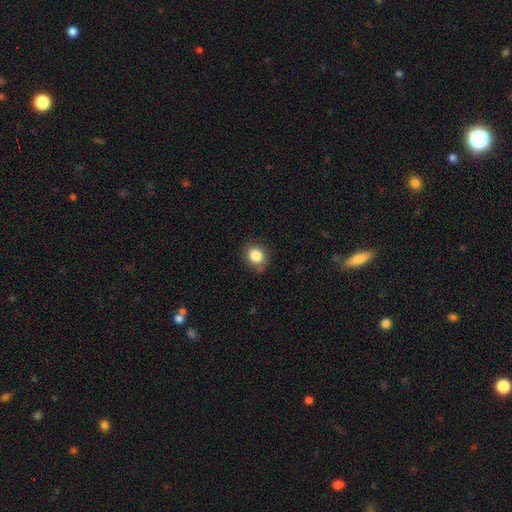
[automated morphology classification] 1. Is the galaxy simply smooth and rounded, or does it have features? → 85% smooth, 10% star or artifact, 5% featured or disk.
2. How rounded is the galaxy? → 67% round, 32% in between, 1% cigar-shaped.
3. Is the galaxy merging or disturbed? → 81% none, 15% minor disturbance, 3% major disturbance, 1% merger.